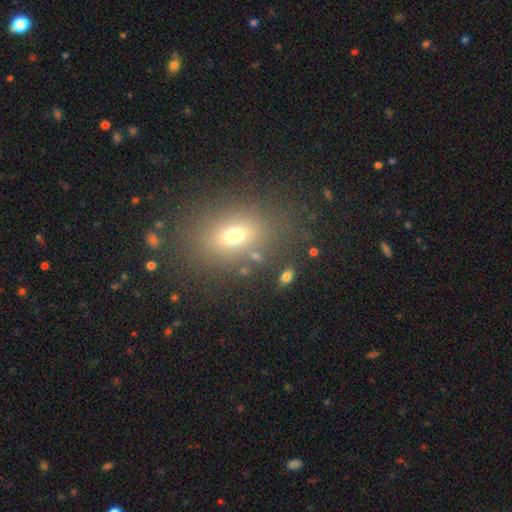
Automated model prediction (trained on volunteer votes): This appears to be a smooth galaxy with no disk features (67%) that is in between round and cigar-shaped (69%). Merging: none (78%).